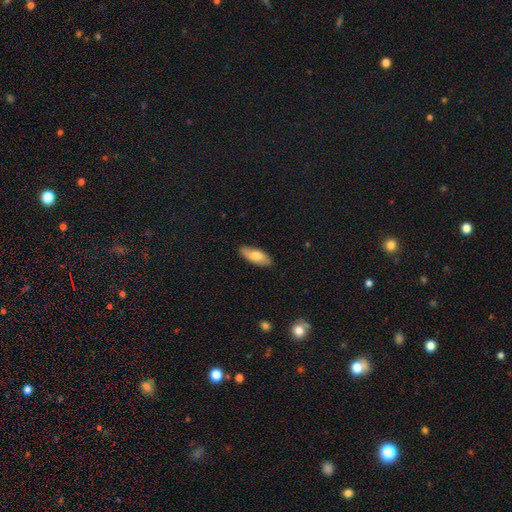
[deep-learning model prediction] A smooth galaxy with no disk features (72%) that is in between round and cigar-shaped (79%). Merging: none (85%).